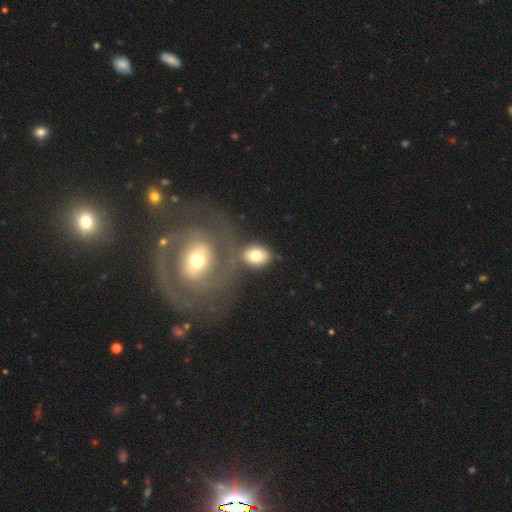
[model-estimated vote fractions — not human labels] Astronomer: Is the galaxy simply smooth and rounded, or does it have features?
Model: smooth — 74%.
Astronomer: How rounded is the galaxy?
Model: in between — 60% (runner-up: round, 39%).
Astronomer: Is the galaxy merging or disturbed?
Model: none — 52%.